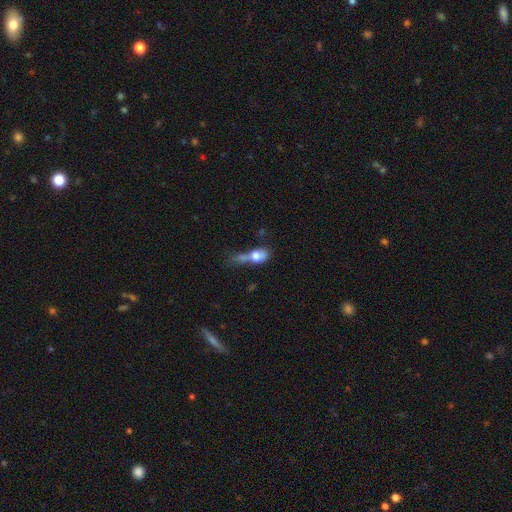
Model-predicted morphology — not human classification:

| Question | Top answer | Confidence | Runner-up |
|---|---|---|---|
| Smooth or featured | smooth | 65% | featured or disk (25%) |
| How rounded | in between | 60% | round (30%) |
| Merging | merger | 38% | major disturbance (31%) |